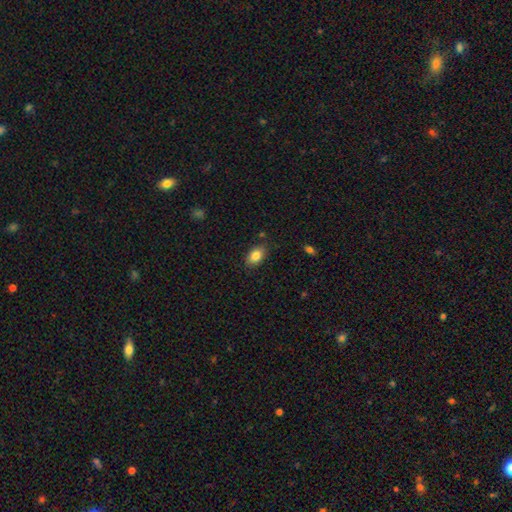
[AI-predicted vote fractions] Smooth or featured: smooth — 84% (star or artifact — 8%)
How rounded: in between — 86% (round — 12%)
Merging: none — 82% (minor disturbance — 13%)